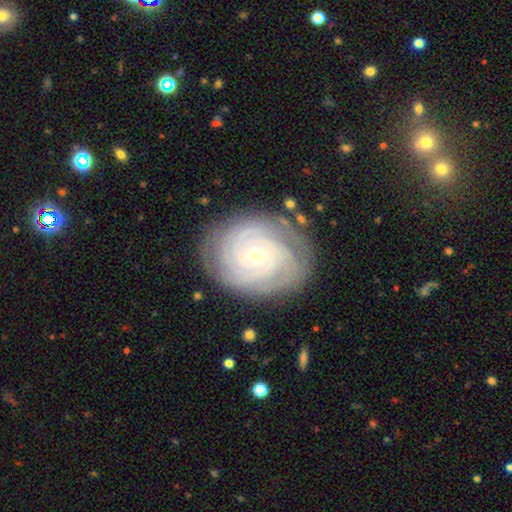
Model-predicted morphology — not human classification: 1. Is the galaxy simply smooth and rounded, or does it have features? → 88% featured or disk, 7% smooth, 5% star or artifact.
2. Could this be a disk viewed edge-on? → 97% no, 3% yes.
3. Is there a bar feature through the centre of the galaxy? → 73% no, 20% weak, 6% strong.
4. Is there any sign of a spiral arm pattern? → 97% yes, 3% no.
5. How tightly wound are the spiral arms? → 85% tight, 12% medium, 2% loose.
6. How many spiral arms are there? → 24% 4 (tied), 24% can't tell (tied), 24% 3 (tied), 14% 2, 8% more than 4, 6% 1.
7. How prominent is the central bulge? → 64% small, 34% moderate, 1% large, 1% none, 1% dominant.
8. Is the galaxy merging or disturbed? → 81% none, 14% minor disturbance, 4% major disturbance, 1% merger.